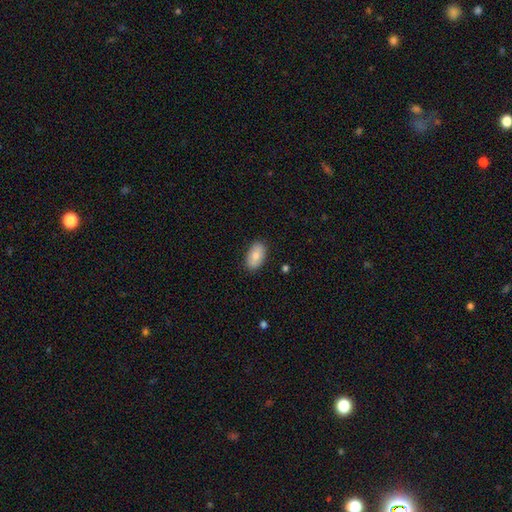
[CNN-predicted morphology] A smooth galaxy with no disk features (80%) that is in between round and cigar-shaped (94%). Merging: none (87%).